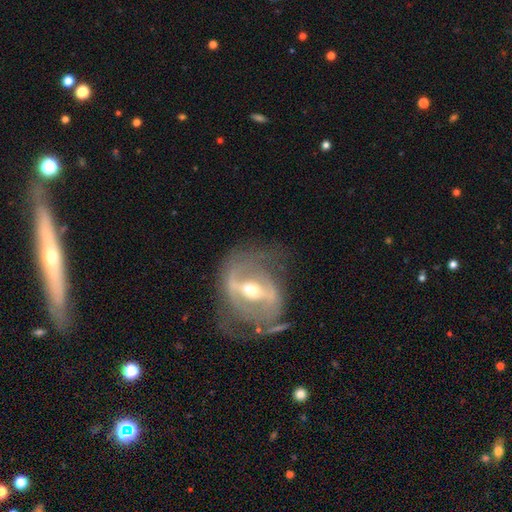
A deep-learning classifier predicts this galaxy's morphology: Smooth or featured? featured or disk (82%)
Edge-on disk? no (88%)
Bar? strong (55%)
Spiral arms? yes (81%)
Spiral winding? medium (39%)
Spiral arm count? 2 (61%)
Bulge size? moderate (62%)
Merging? none (65%)